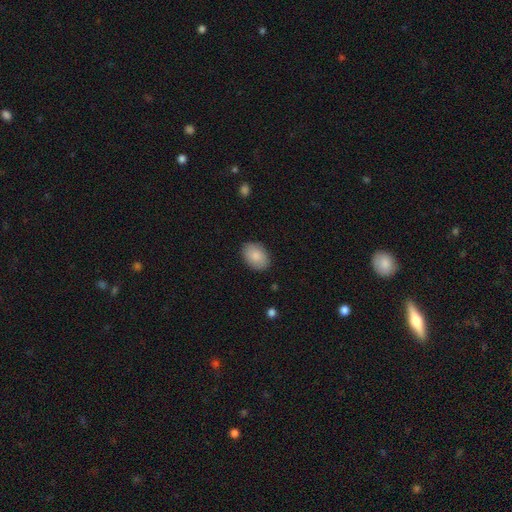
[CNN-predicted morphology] This appears to be a smooth galaxy with no disk features (86%) that is in between round and cigar-shaped (83%). Merging: none (87%).